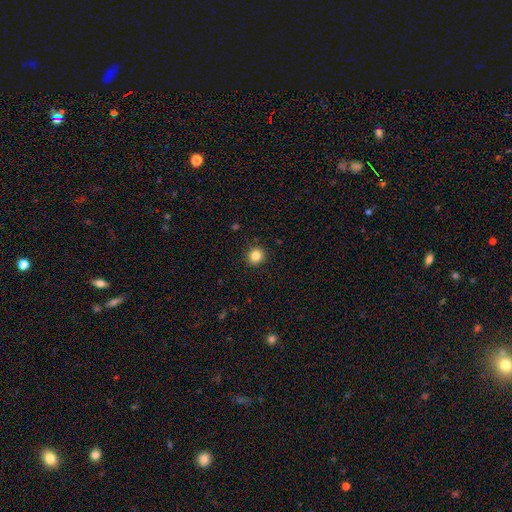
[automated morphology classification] type=smooth (84%); roundness=round (89%); merging=none (91%).